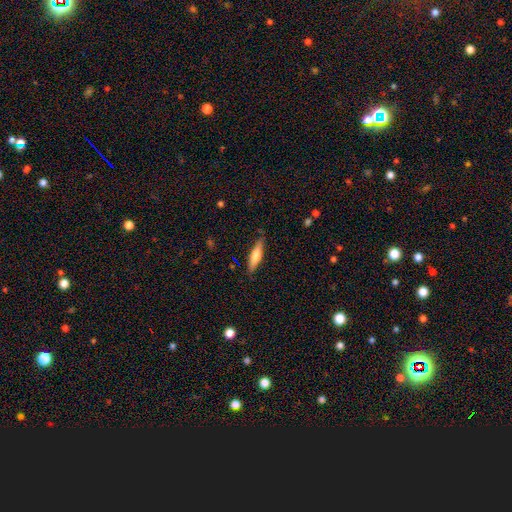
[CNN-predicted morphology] A smooth galaxy with no disk features (55%) that is cigar-shaped (74%). Merging: none (86%).